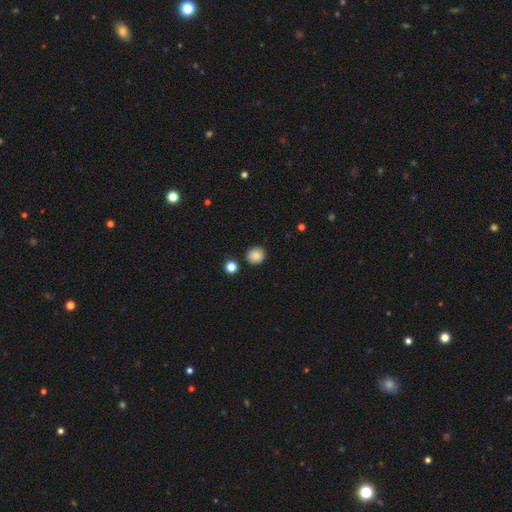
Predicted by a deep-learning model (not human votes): smooth-or-featured: smooth: 87% | star or artifact: 9% | featured or disk: 4%
  how-rounded: round: 92% | in between: 7% | cigar-shaped: 1%
  merging: none: 90% | minor disturbance: 6% | merger: 2% | major disturbance: 2%